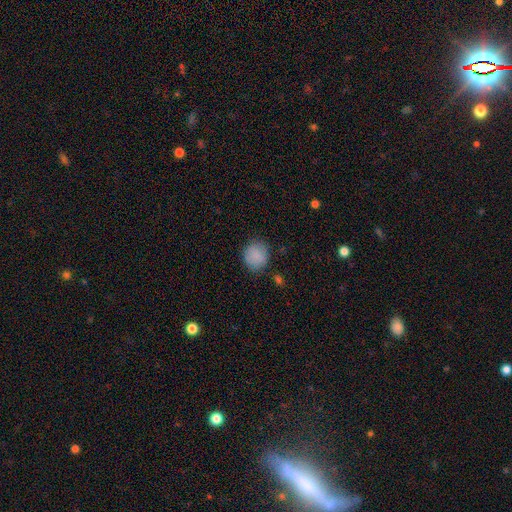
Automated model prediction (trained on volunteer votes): Smooth or featured?
  - smooth: 86% *
  - star or artifact: 8%
  - featured or disk: 6%
How rounded?
  - round: 80% *
  - in between: 19%
  - cigar-shaped: 1%
Merging?
  - none: 81% *
  - minor disturbance: 14%
  - major disturbance: 4%
  - merger: 2%